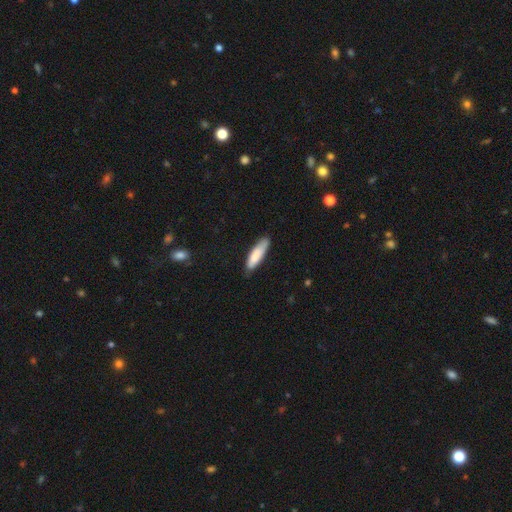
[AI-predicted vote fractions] smooth 81%, featured or disk 13%, star or artifact 6%. Down the decision tree: how rounded — cigar-shaped (64%); merging — none (74%).